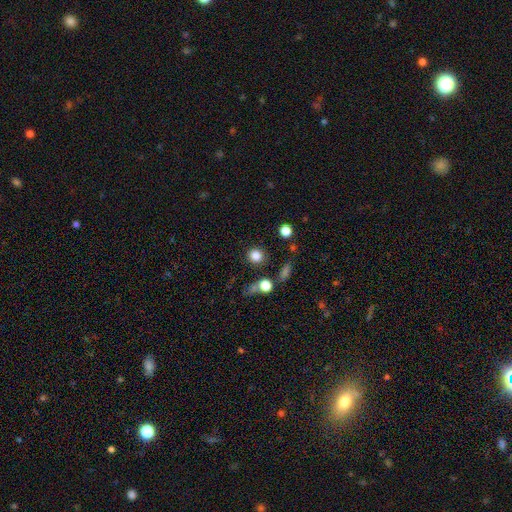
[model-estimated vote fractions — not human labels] This is clearly a smooth galaxy (83%). How rounded: clearly round (89%). Merging: clearly none (85%).